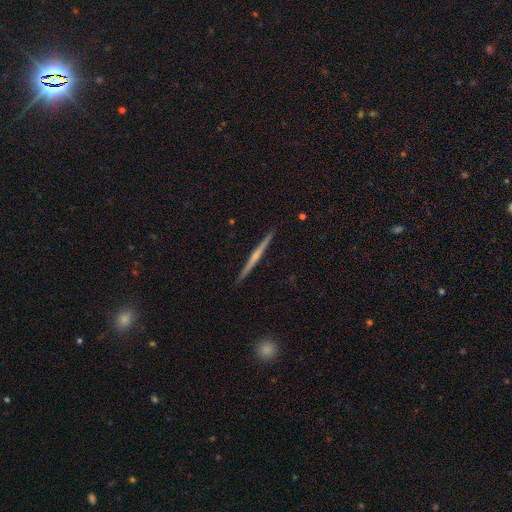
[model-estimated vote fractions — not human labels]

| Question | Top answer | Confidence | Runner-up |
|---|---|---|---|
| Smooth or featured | featured or disk | 71% | smooth (24%) |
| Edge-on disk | yes | 98% | no (2%) |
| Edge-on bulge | rounded | 53% | none (39%) |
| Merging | none | 92% | minor disturbance (5%) |